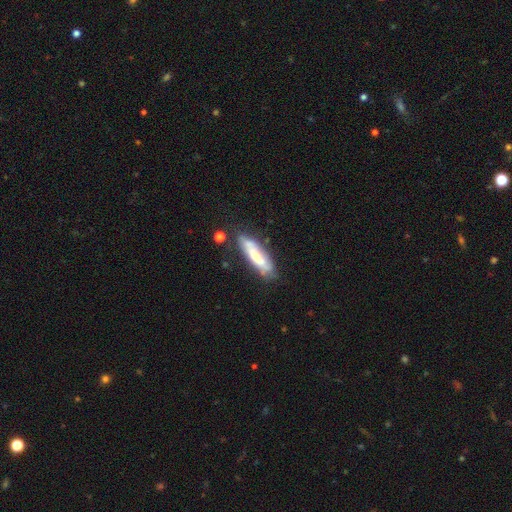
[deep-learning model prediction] Morphology: type=smooth (48%); merging=none (67%).